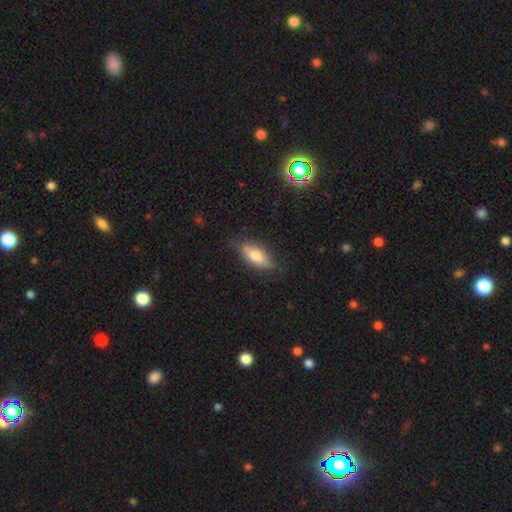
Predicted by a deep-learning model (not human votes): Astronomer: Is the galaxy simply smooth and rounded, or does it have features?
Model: smooth — 67%.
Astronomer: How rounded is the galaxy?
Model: in between — 69%.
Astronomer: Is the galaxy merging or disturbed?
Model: none — 73%.